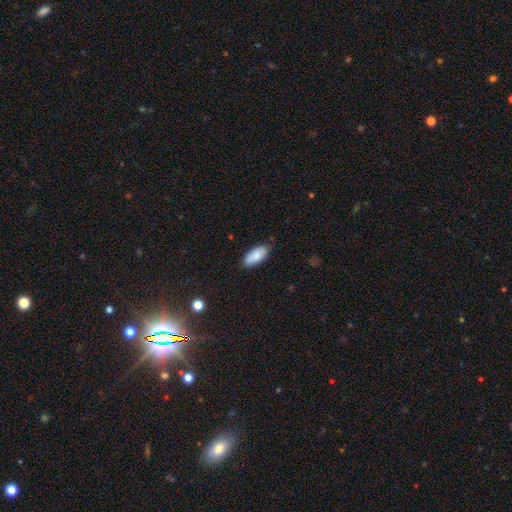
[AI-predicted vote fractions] A smooth galaxy with no disk features (85%) that is in between round and cigar-shaped (89%).

Vote fractions:
- Smooth or featured? smooth: 85% / featured or disk: 8% / star or artifact: 6%
- How rounded? in between: 89% / cigar-shaped: 9% / round: 2%
- Merging? none: 82% / minor disturbance: 15% / major disturbance: 2% / merger: 1%